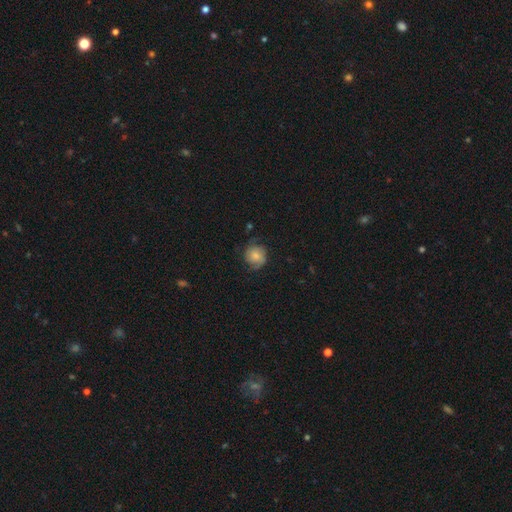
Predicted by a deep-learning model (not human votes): smooth-or-featured: smooth: 51% | featured or disk: 41% | star or artifact: 8%
  how-rounded: round: 81% | in between: 18% | cigar-shaped: 1%
  merging: none: 63% | minor disturbance: 24% | major disturbance: 11% | merger: 1%